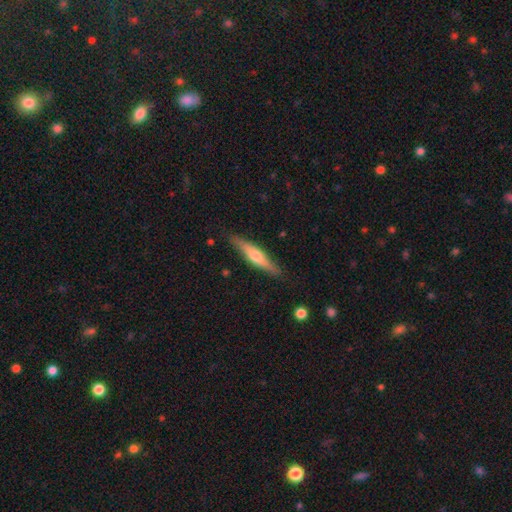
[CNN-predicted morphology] Smooth or featured? featured or disk (54%)
Edge-on disk? yes (93%)
Edge-on bulge? rounded (88%)
Merging? none (87%)